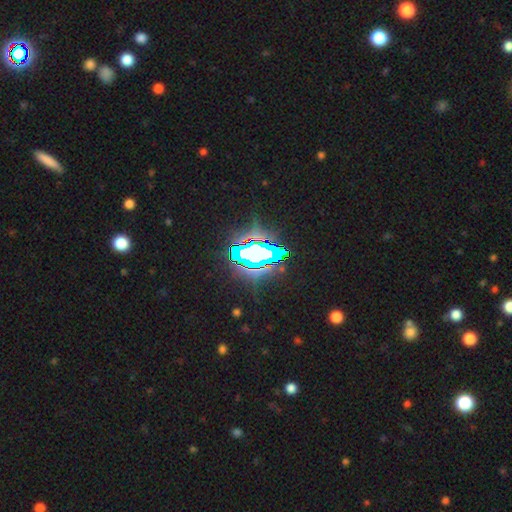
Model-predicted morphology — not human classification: Smooth or featured? Predicted: star or artifact (p=0.78).